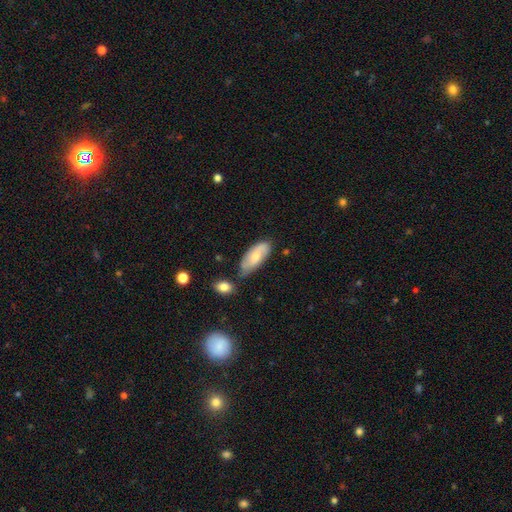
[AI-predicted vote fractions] This appears to be a smooth galaxy with no disk features (61%) that is in between round and cigar-shaped (80%). Merging: none (60%).